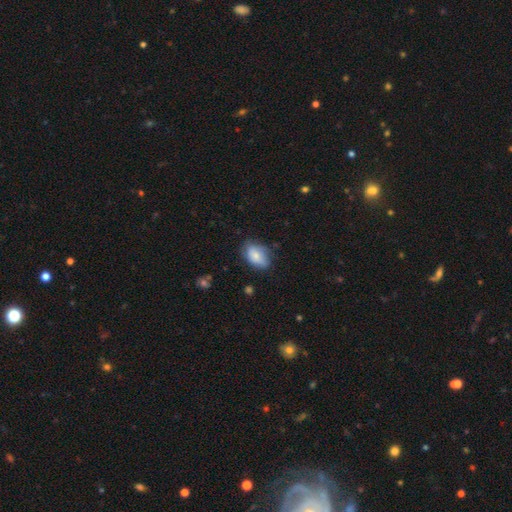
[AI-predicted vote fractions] Morphology: type=smooth (78%); roundness=in between (88%); merging=none (63%).